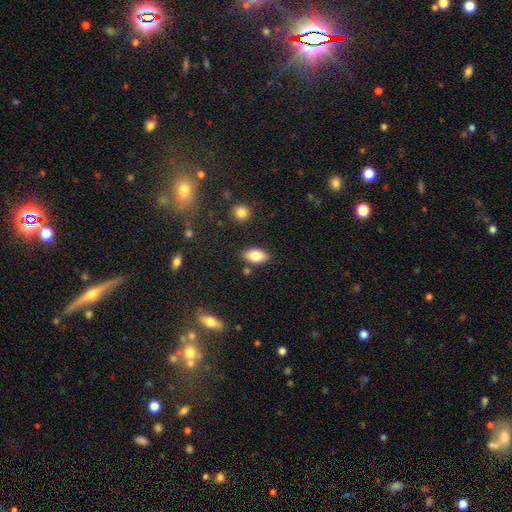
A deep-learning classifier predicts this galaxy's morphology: type=smooth (82%); roundness=in between (91%); merging=none (83%).